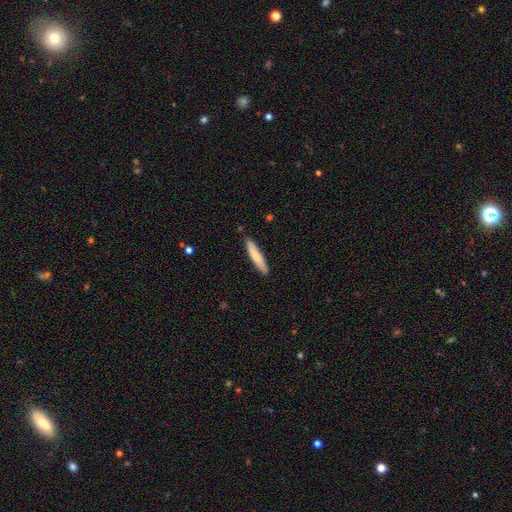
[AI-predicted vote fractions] smooth_or_featured: smooth (p=0.77) [alt: featured or disk p=0.18]
how_rounded: cigar-shaped (p=0.89) [alt: in between p=0.10]
merging: none (p=0.86) [alt: minor disturbance p=0.10]